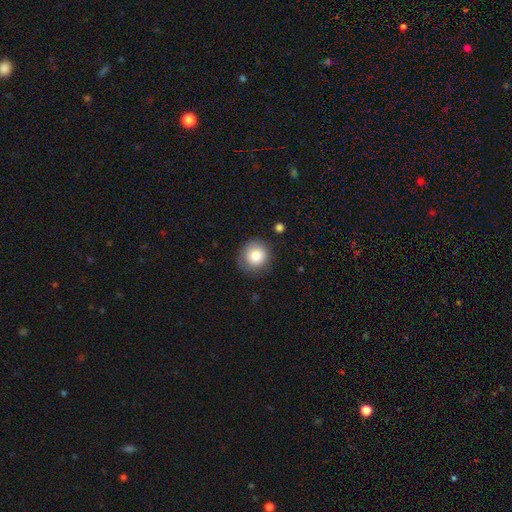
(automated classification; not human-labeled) smooth 83%, star or artifact 9%, featured or disk 8%. Down the decision tree: how rounded — round (91%); merging — none (81%).